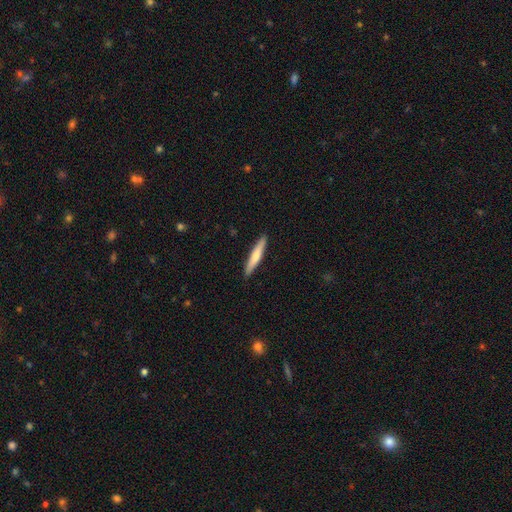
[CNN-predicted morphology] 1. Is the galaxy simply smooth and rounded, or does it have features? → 63% smooth, 32% featured or disk, 5% star or artifact.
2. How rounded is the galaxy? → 92% cigar-shaped, 6% in between, 1% round.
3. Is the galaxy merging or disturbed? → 91% none, 7% minor disturbance, 1% major disturbance, 1% merger.